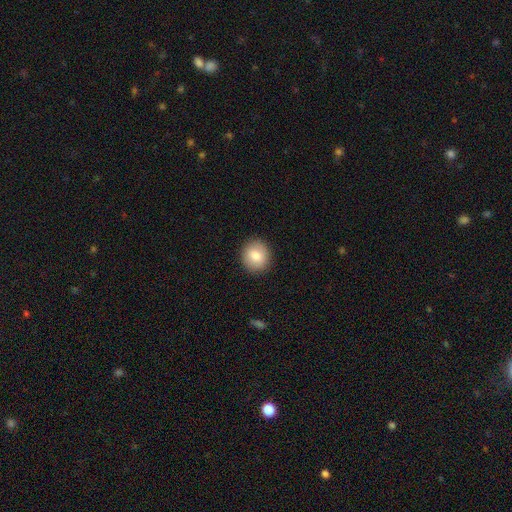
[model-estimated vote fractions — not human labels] Morphology: type=smooth (81%); roundness=round (84%); merging=none (91%).